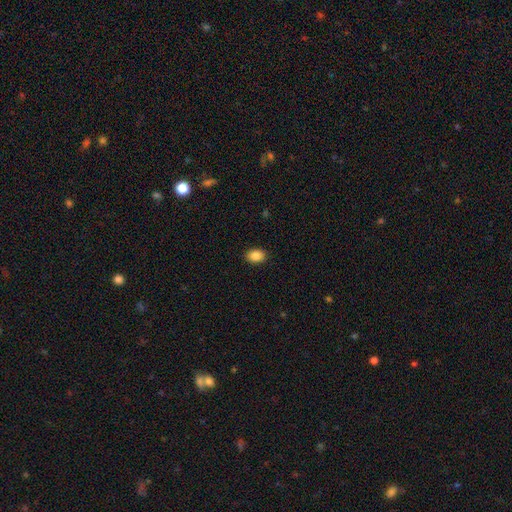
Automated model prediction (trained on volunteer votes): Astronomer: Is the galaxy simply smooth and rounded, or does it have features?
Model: smooth — 87%.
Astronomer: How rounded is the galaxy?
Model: in between — 79%.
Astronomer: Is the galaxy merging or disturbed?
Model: none — 90%.